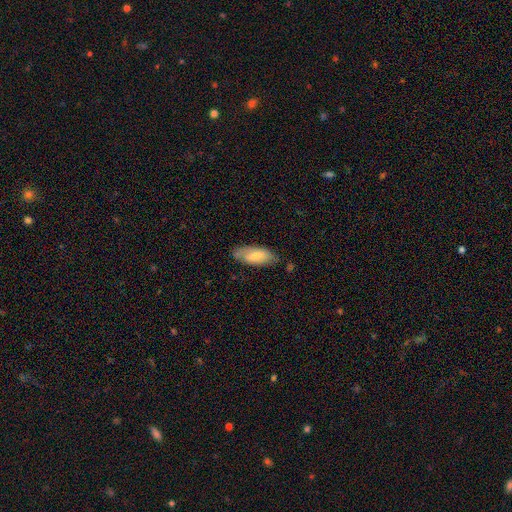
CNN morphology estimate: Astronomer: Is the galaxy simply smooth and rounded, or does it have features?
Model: smooth — 71%.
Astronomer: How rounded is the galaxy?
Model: in between — 84%.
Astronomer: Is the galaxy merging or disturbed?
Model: none — 71%.